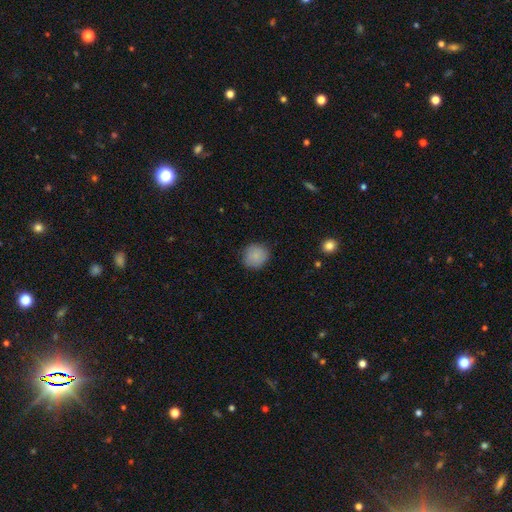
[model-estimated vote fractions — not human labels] smooth 84%, star or artifact 8%, featured or disk 8%. Down the decision tree: how rounded — round (88%); merging — none (84%).